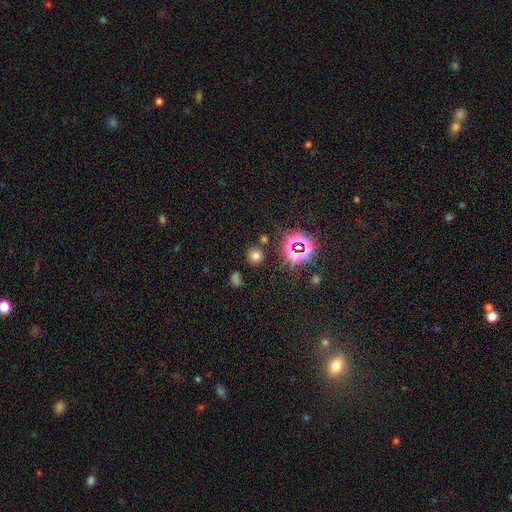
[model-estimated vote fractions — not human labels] Morphology: type=smooth (66%); roundness=round (89%); merging=none (83%).